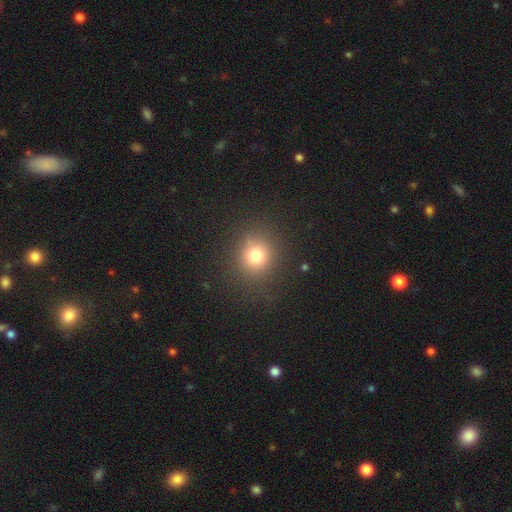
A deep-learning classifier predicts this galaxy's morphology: Smooth or featured? smooth (76%)
How rounded? round (87%)
Merging? none (85%)